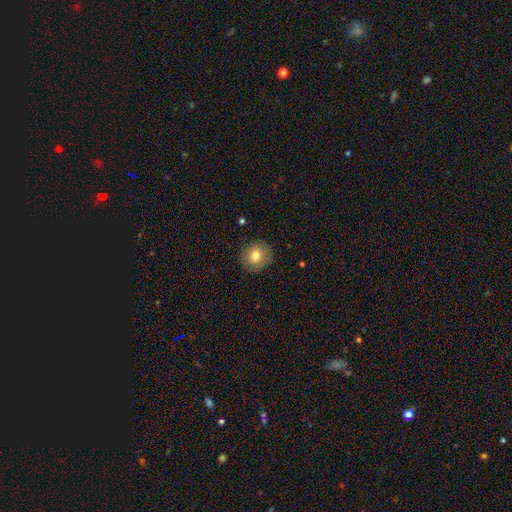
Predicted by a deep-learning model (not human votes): This is likely a smooth galaxy (76%). How rounded: clearly round (88%). Merging: clearly none (88%).